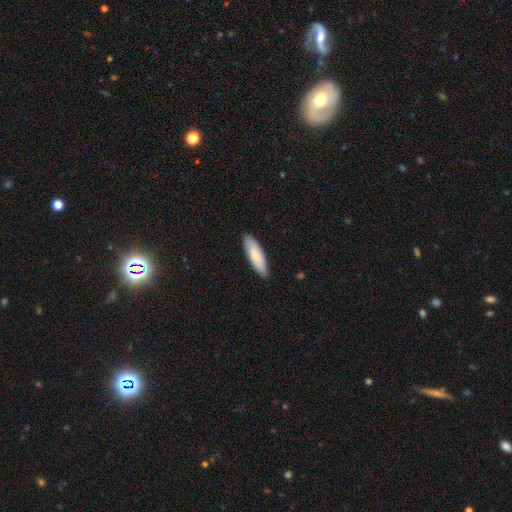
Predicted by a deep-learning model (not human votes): smooth-or-featured: smooth: 77% | featured or disk: 18% | star or artifact: 5%
  how-rounded: cigar-shaped: 53% | in between: 46% | round: 1%
  merging: none: 84% | minor disturbance: 13% | major disturbance: 2% | merger: 1%